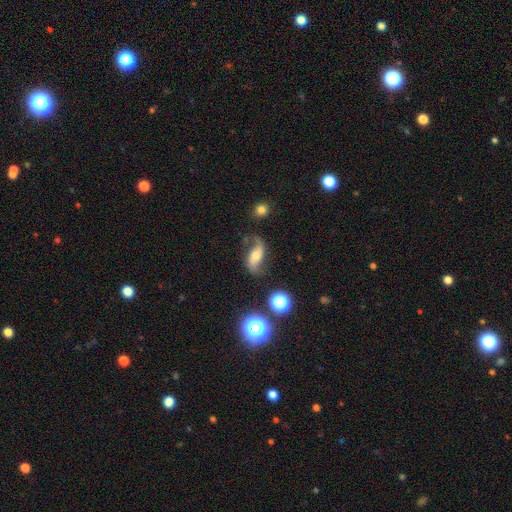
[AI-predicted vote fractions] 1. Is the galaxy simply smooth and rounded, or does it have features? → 69% featured or disk, 20% smooth, 11% star or artifact.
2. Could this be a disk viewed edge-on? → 92% no, 8% yes.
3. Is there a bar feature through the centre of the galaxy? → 51% no, 30% weak, 19% strong.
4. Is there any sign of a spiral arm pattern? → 92% yes, 8% no.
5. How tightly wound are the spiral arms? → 81% loose, 14% medium, 5% tight.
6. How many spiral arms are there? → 90% 2, 4% 1, 3% can't tell, 1% 3, 1% 4, 1% more than 4.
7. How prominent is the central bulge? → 59% moderate, 26% small, 9% large, 3% none, 2% dominant.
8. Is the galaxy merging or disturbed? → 65% none, 20% minor disturbance, 11% major disturbance, 4% merger.